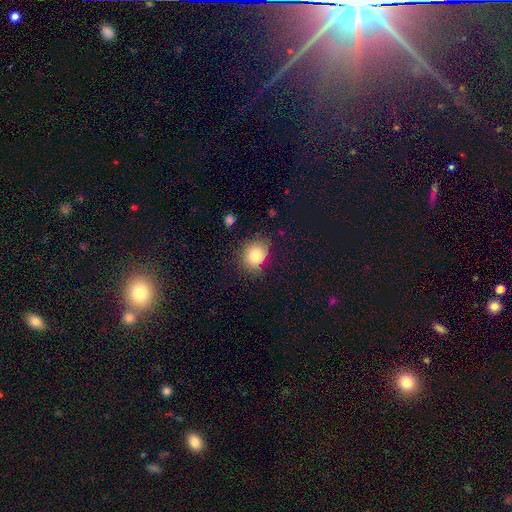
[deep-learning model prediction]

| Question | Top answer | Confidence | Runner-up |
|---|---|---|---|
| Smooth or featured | smooth | 80% | featured or disk (10%) |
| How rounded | round | 65% | in between (34%) |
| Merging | none | 78% | minor disturbance (16%) |